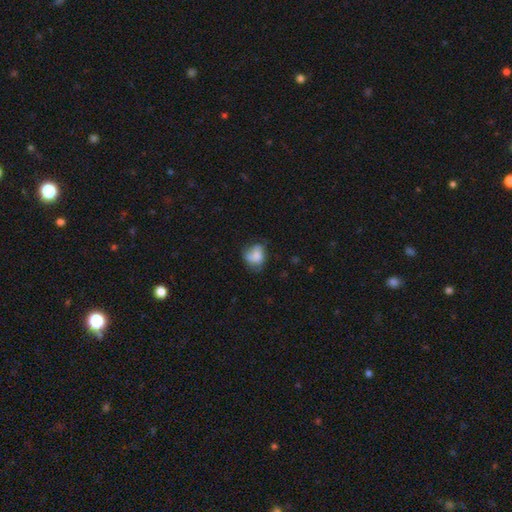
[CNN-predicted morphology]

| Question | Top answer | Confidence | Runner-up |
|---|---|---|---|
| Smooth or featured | smooth | 66% | featured or disk (25%) |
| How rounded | round | 52% | in between (47%) |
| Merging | none | 41% | minor disturbance (32%) |